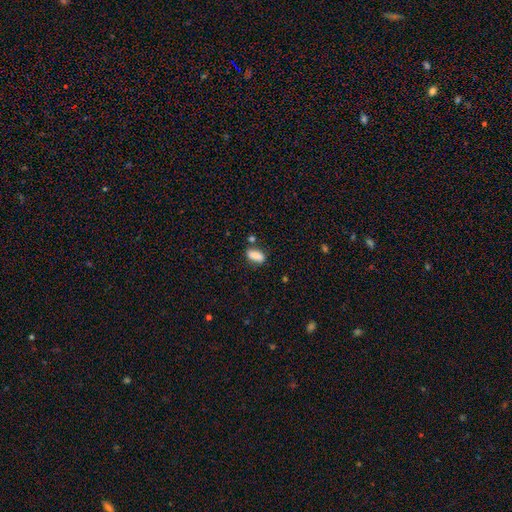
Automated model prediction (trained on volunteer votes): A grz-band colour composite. It shows a smooth galaxy with no disk features (84%) that is in between round and cigar-shaped (81%). Merging: none (71%).